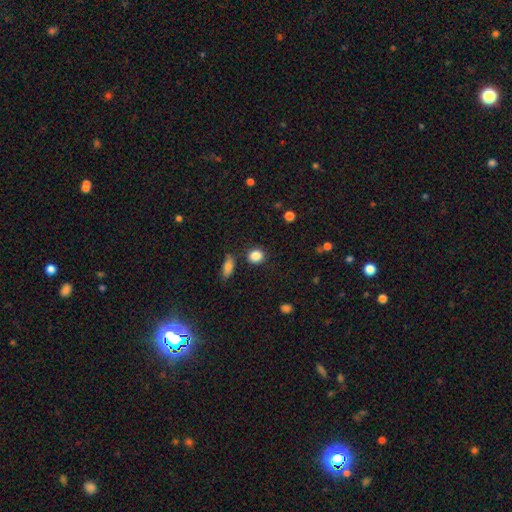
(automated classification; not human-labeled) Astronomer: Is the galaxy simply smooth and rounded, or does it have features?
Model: smooth — 86%.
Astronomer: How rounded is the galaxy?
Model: round — 77%.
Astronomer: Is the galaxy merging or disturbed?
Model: none — 83%.